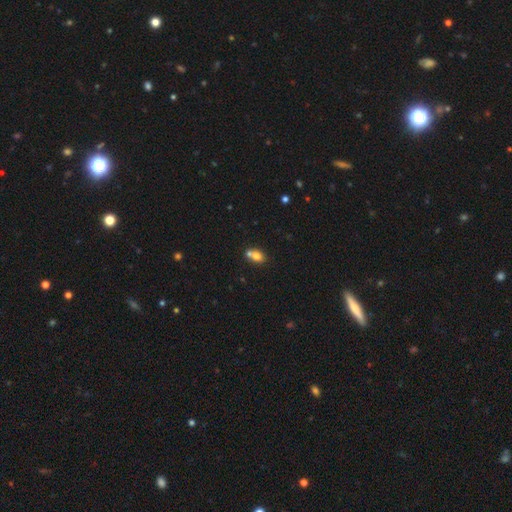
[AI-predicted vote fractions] This is likely a smooth galaxy (75%). How rounded: possibly in between (59%). Merging: possibly merger (49%).